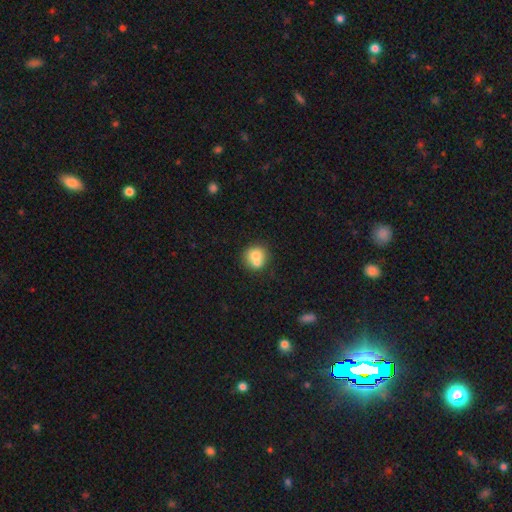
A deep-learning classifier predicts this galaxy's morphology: smooth 71%, featured or disk 19%, star or artifact 10%. Down the decision tree: how rounded — round (85%); merging — merger (45%).